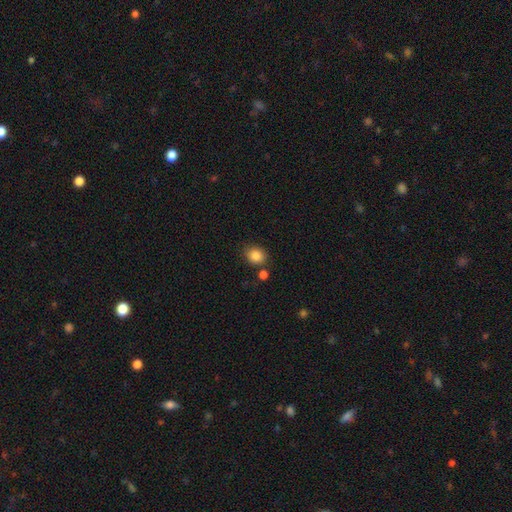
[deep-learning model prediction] smooth 85%, star or artifact 10%, featured or disk 5%. Down the decision tree: how rounded — round (58%); merging — none (77%).